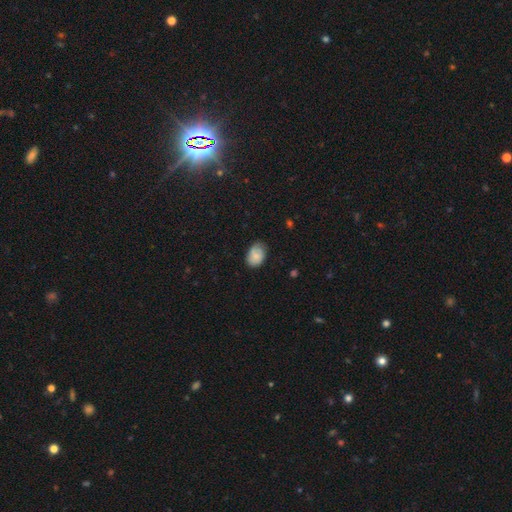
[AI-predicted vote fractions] Q: Smooth or featured?
A: smooth (75%); runner-up: featured or disk (16%)
Q: How rounded?
A: in between (78%); runner-up: round (21%)
Q: Merging?
A: none (62%); runner-up: minor disturbance (30%)